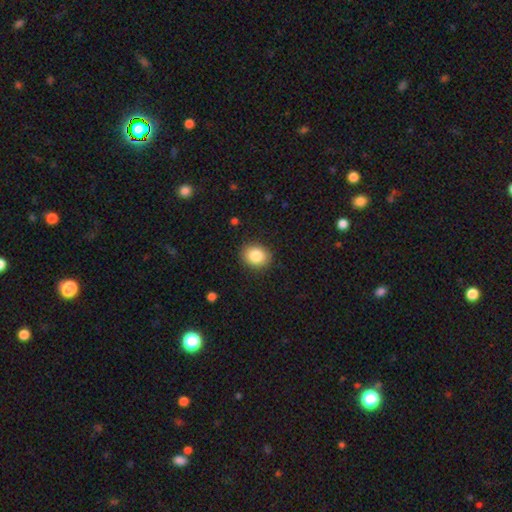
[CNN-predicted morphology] This appears to be a smooth galaxy with no disk features (85%) that is round (55%). Merging: none (88%).